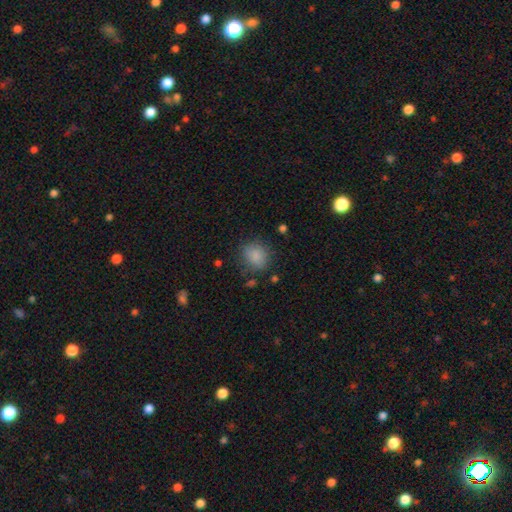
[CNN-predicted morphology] This is clearly a smooth galaxy (85%). How rounded: likely round (68%). Merging: likely none (77%).